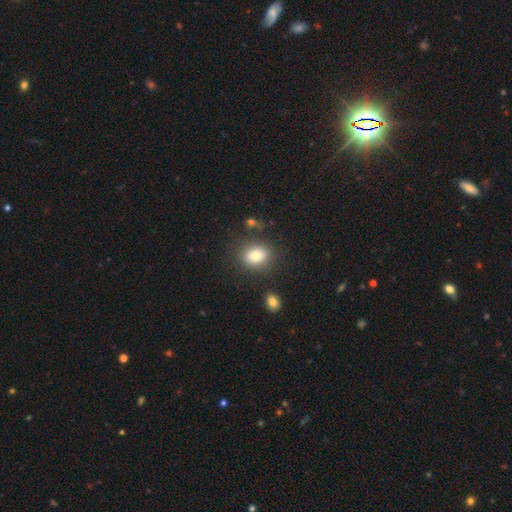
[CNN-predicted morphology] This is likely a smooth galaxy (80%). How rounded: possibly in between (54%). Merging: likely none (79%).